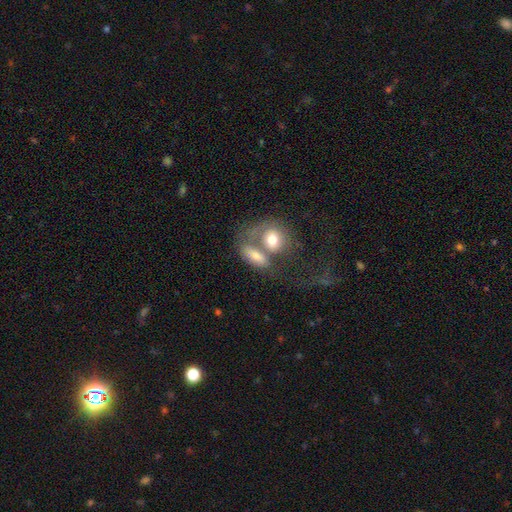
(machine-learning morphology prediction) Overall: smooth (69%). How rounded: in between (73%). Merging: merger (55%; none 24%).